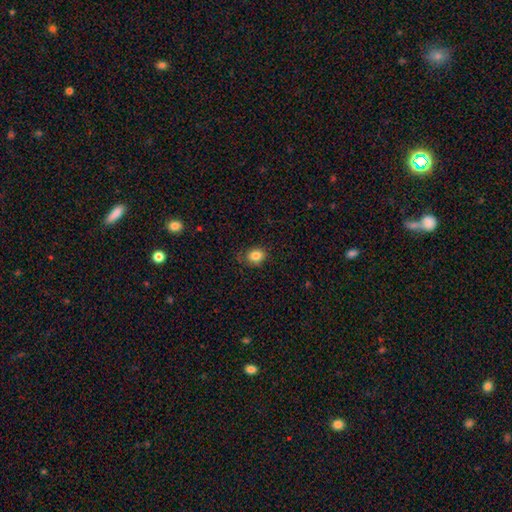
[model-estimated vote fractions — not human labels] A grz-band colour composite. It shows a smooth galaxy with no disk features (84%) that is round (55%). Merging: none (79%).